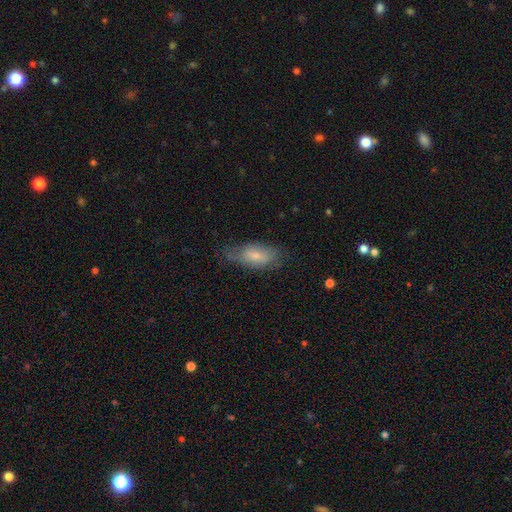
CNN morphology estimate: smooth_or_featured: smooth (p=0.68) [alt: featured or disk p=0.25]
how_rounded: in between (p=0.86) [alt: cigar-shaped p=0.11]
merging: none (p=0.59) [alt: minor disturbance p=0.29]